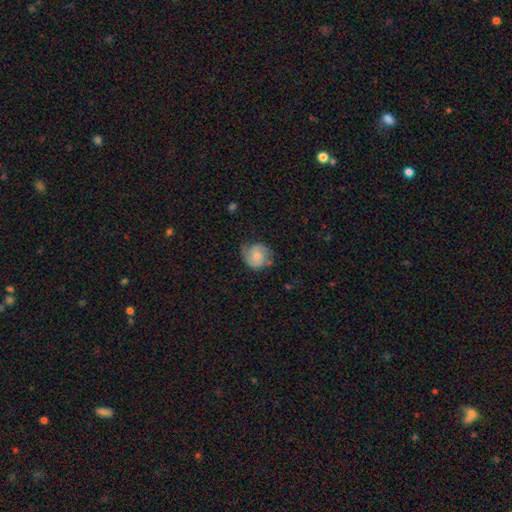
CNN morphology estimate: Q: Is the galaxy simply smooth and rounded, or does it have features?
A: smooth — 54%.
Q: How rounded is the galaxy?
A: round — 85%.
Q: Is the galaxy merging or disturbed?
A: none — 59%.